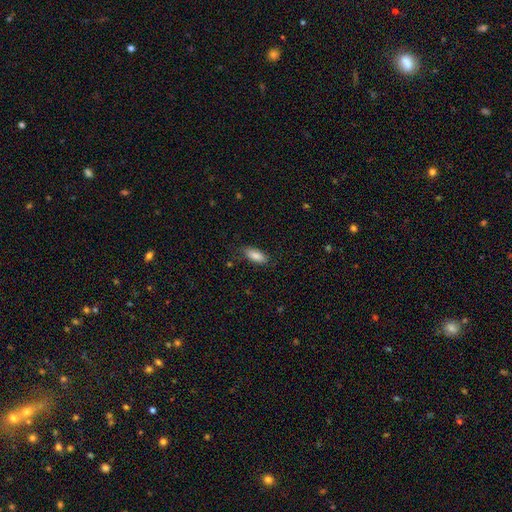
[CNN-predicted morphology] A smooth galaxy with no disk features (86%) that is in between round and cigar-shaped (82%). Merging: none (80%).